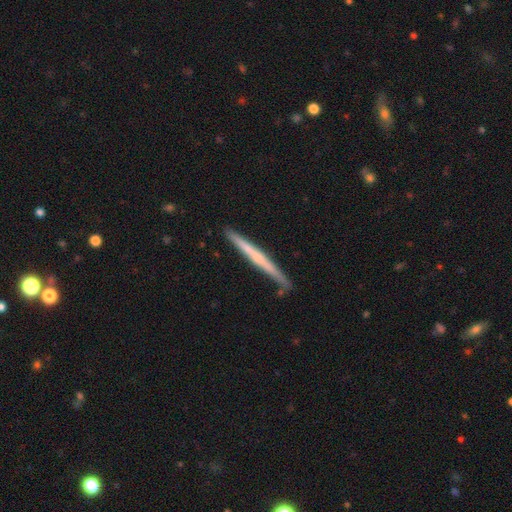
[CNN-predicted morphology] smooth_or_featured: featured or disk (p=0.57) [alt: smooth p=0.38]
disk_edge_on: yes (p=0.97) [alt: no p=0.03]
edge_on_bulge: none (p=0.67) [alt: rounded p=0.27]
merging: none (p=0.81) [alt: minor disturbance p=0.15]